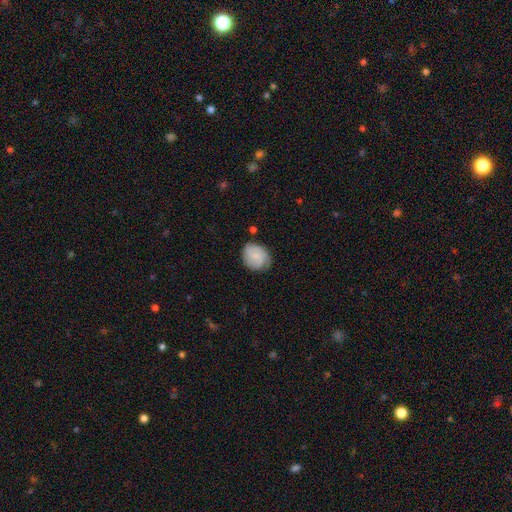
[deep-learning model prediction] Smooth or featured?
  - smooth: 51% *
  - featured or disk: 42%
  - star or artifact: 7%
How rounded?
  - round: 56% *
  - in between: 43%
  - cigar-shaped: 1%
Merging?
  - none: 66% *
  - minor disturbance: 25%
  - major disturbance: 7%
  - merger: 2%